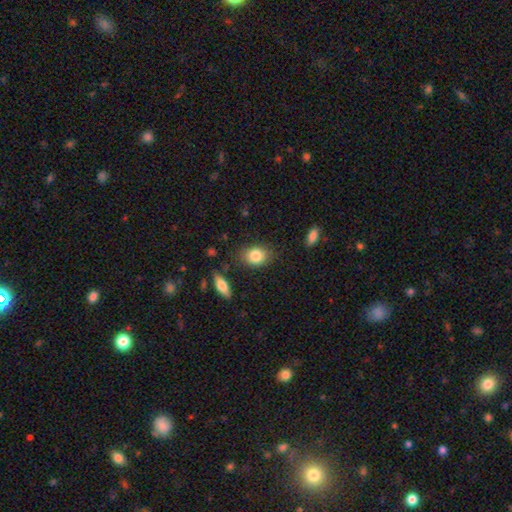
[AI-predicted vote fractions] This appears to be a smooth galaxy with no disk features (84%) that is in between round and cigar-shaped (64%). Merging: none (79%).